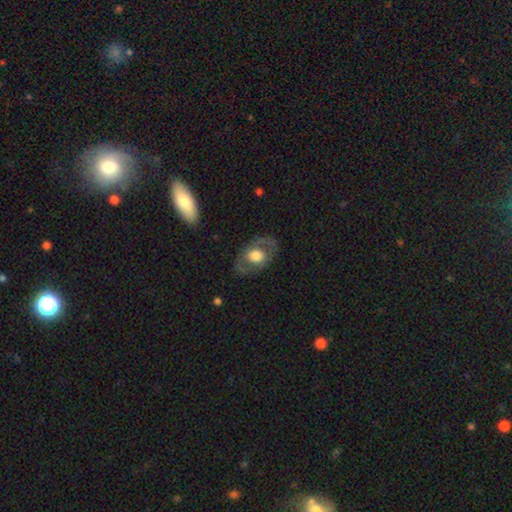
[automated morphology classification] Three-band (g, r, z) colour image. It shows a featured or disk galaxy (50%). Merging: none (75%).